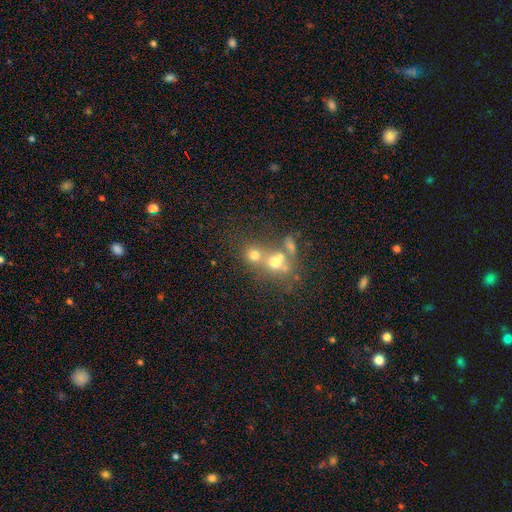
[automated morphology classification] A smooth galaxy with no disk features (51%) that is round (74%).

Vote fractions:
- Smooth or featured? smooth: 51% / featured or disk: 27% / star or artifact: 23%
- How rounded? round: 74% / in between: 25% / cigar-shaped: 1%
- Merging? merger: 52% / none: 35% / minor disturbance: 8% / major disturbance: 6%